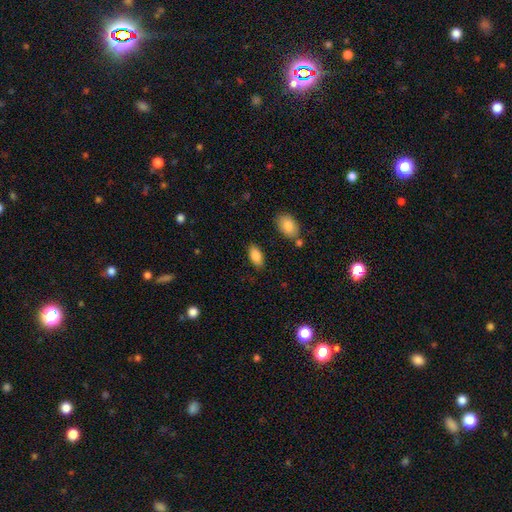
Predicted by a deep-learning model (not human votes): Q: Smooth or featured?
A: smooth (85%); runner-up: featured or disk (7%)
Q: How rounded?
A: in between (92%); runner-up: cigar-shaped (4%)
Q: Merging?
A: none (84%); runner-up: minor disturbance (11%)